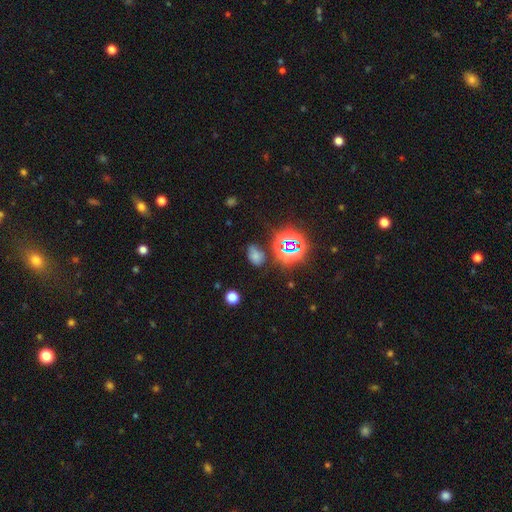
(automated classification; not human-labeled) A smooth galaxy with no disk features (55%) that is in between round and cigar-shaped (80%). Merging: none (64%).